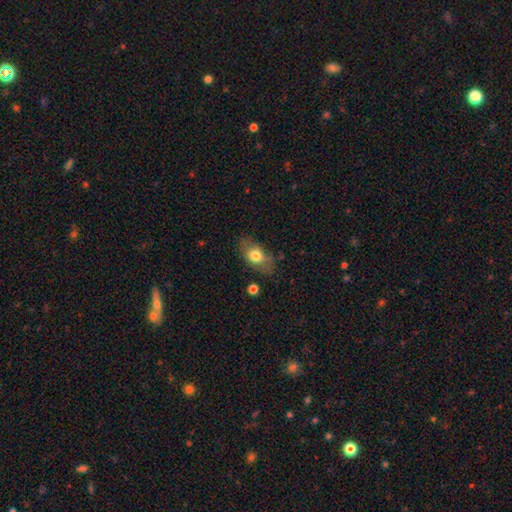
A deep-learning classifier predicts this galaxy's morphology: Overall: smooth (71%). How rounded: in between (84%). Merging: none (73%).